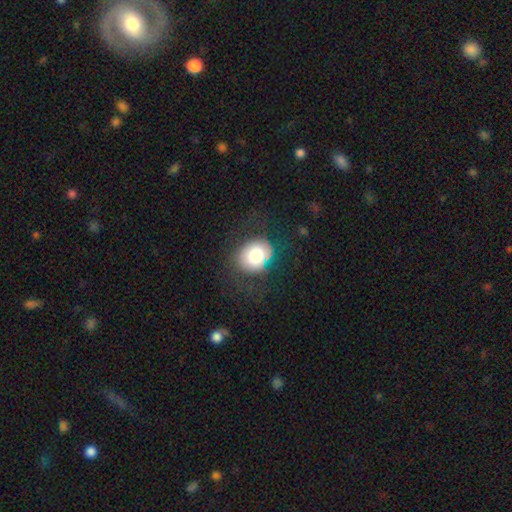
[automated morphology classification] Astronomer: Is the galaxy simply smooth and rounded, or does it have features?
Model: smooth — 77%.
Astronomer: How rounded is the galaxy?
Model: round — 61% (runner-up: in between, 38%).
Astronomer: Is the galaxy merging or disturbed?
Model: none — 67%.